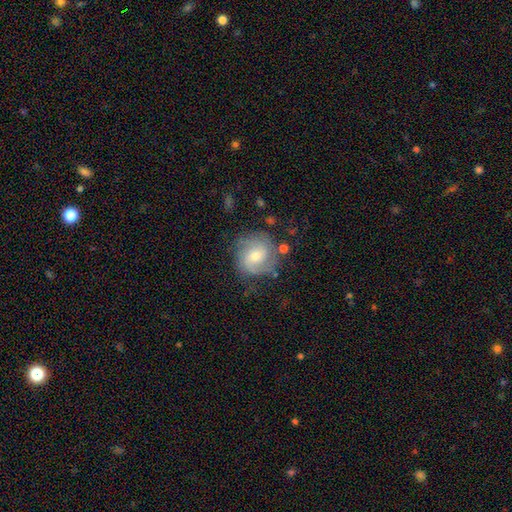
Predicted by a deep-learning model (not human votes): smooth-or-featured: featured or disk: 70% | smooth: 23% | star or artifact: 7%
  disk-edge-on: no: 98% | yes: 2%
    bar: no: 50% | weak: 42% | strong: 8%
    has-spiral-arms: yes: 91% | no: 9%
      spiral-winding: medium: 42% | tight: 41% | loose: 18%
      spiral-arm-count: 2: 54% | can't tell: 20% | 3: 16% | 1: 5% | 4: 4% | more than 4: 3%
    bulge-size: moderate: 59% | small: 36% | large: 3% | none: 1% | dominant: 1%
  merging: none: 71% | minor disturbance: 18% | major disturbance: 8% | merger: 3%